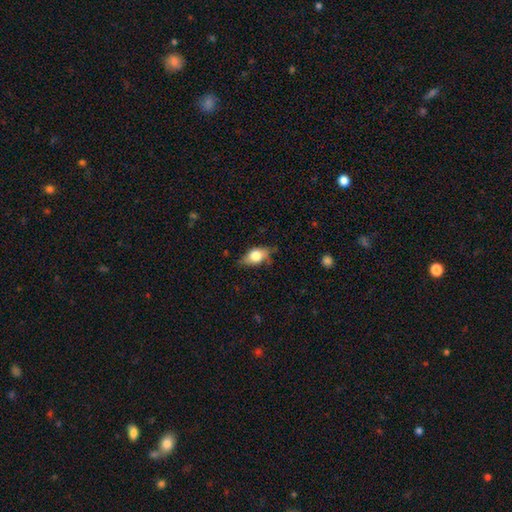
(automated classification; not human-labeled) Q: Smooth or featured?
A: smooth (69%); runner-up: featured or disk (23%)
Q: How rounded?
A: in between (82%); runner-up: round (11%)
Q: Merging?
A: none (64%); runner-up: minor disturbance (28%)